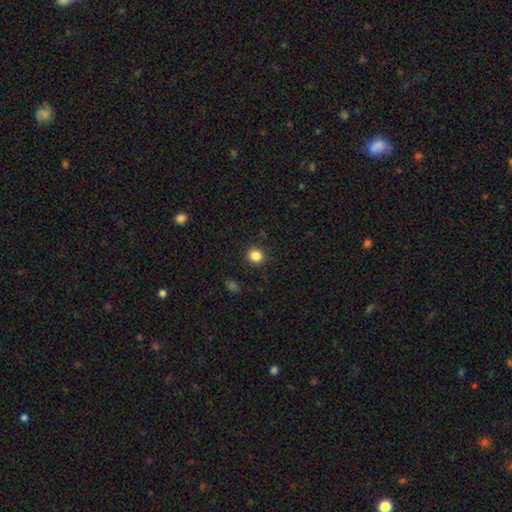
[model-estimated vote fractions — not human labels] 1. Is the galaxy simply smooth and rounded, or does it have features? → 85% smooth, 11% star or artifact, 4% featured or disk.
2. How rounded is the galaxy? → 85% round, 14% in between, 1% cigar-shaped.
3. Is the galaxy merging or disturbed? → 91% none, 6% minor disturbance, 2% major disturbance, 1% merger.